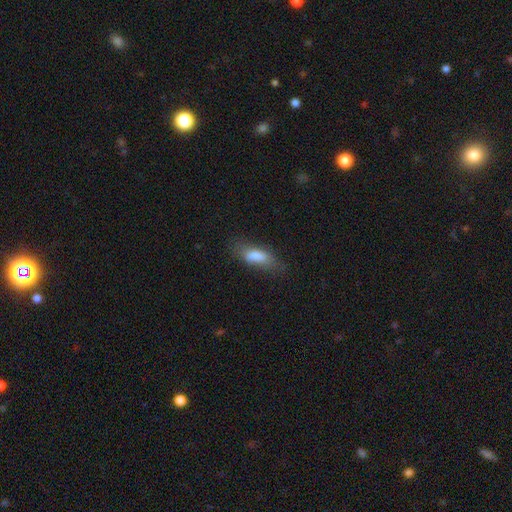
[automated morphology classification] Smooth or featured? smooth (73%)
How rounded? in between (58%)
Merging? none (66%)